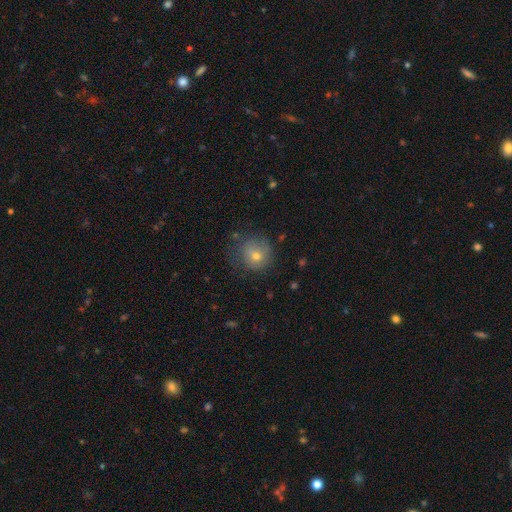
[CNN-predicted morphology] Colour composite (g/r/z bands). It shows a smooth galaxy with no disk features (73%) that is round (84%). Merging: none (61%).